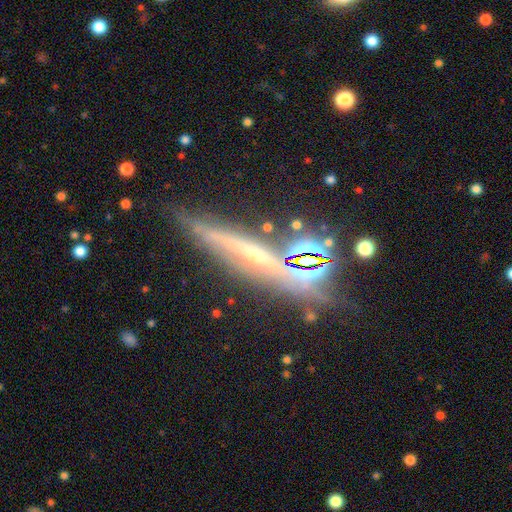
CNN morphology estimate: Smooth or featured: featured or disk — 67% (star or artifact — 18%)
Edge-on disk: yes — 92% (no — 8%)
Edge-on bulge: rounded — 50% (none — 43%)
Merging: none — 74% (minor disturbance — 16%)